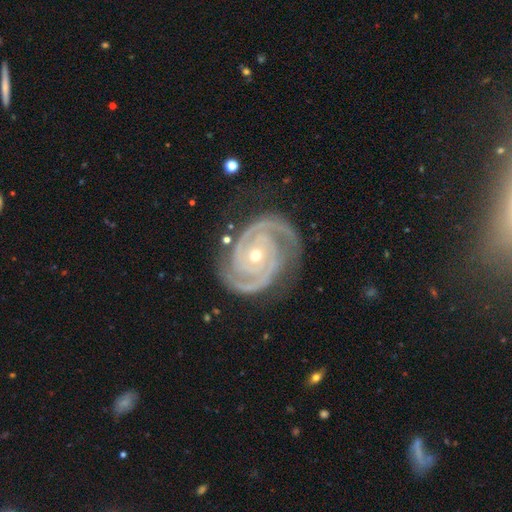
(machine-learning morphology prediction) Smooth or featured? Predicted: featured or disk (p=0.94). Edge-on disk? Predicted: no (p=0.98). Bar? Predicted: no (p=0.74). Spiral arms? Predicted: yes (p=0.99). Spiral winding? Predicted: tight (p=0.76). Spiral arm count? Predicted: 2 (p=0.79). Bulge size? Predicted: small (p=0.55). Merging? Predicted: none (p=0.78).